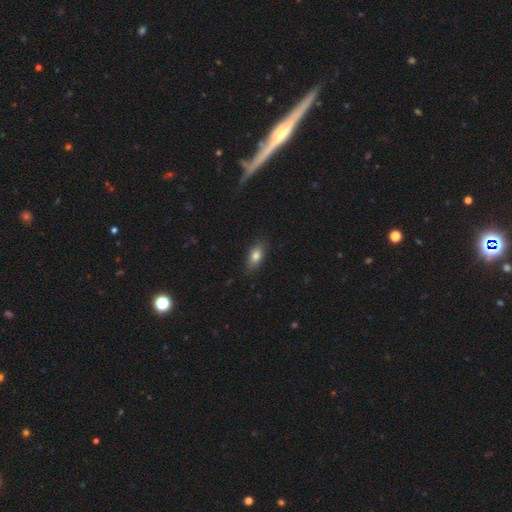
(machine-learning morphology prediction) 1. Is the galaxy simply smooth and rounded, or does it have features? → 80% smooth, 12% featured or disk, 8% star or artifact.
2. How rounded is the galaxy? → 84% in between, 11% cigar-shaped, 6% round.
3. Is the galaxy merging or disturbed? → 84% none, 12% minor disturbance, 3% major disturbance, 1% merger.